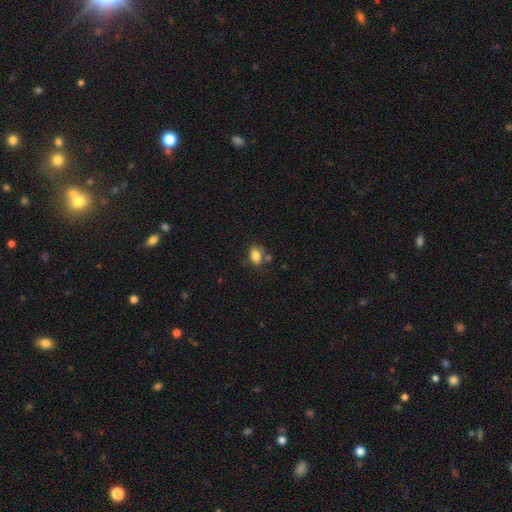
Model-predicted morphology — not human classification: Smooth or featured? smooth (83%)
How rounded? in between (78%)
Merging? none (66%)